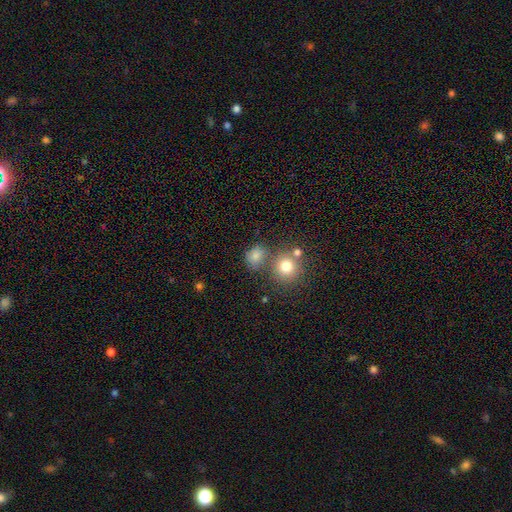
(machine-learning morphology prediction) smooth 76%, star or artifact 15%, featured or disk 8%. Down the decision tree: how rounded — round (68%); merging — none (61%).